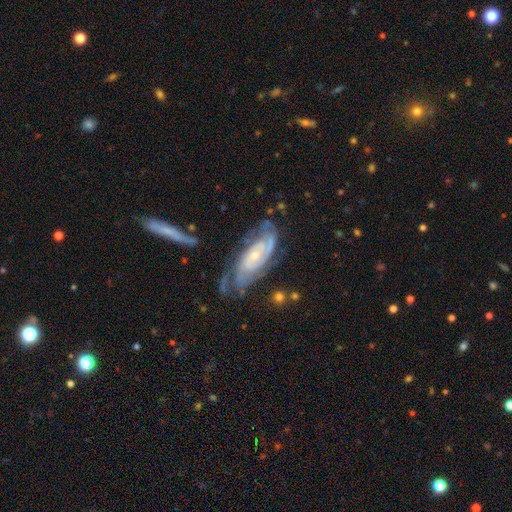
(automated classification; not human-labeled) smooth-or-featured: featured or disk: 84% | smooth: 10% | star or artifact: 6%
  disk-edge-on: no: 91% | yes: 9%
    bar: no: 64% | weak: 27% | strong: 9%
    has-spiral-arms: yes: 95% | no: 5%
      spiral-winding: tight: 61% | medium: 31% | loose: 8%
      spiral-arm-count: 2: 38% | can't tell: 31% | 3: 16% | 4: 6% | 1: 4% | more than 4: 4%
    bulge-size: small: 67% | moderate: 27% | none: 3% | large: 2% | dominant: 1%
  merging: none: 60% | minor disturbance: 22% | major disturbance: 13% | merger: 5%